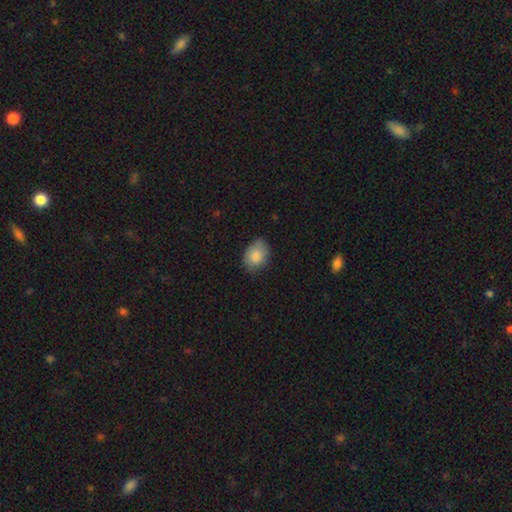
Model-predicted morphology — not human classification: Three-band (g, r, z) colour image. It shows a smooth galaxy with no disk features (84%) that is in between round and cigar-shaped (76%). Merging: none (70%).